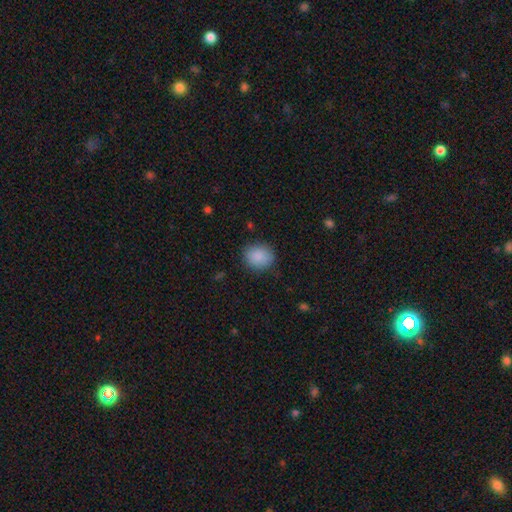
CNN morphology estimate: Smooth or featured? Predicted: smooth (p=0.88). How rounded? Predicted: round (p=0.73). Merging? Predicted: none (p=0.84).